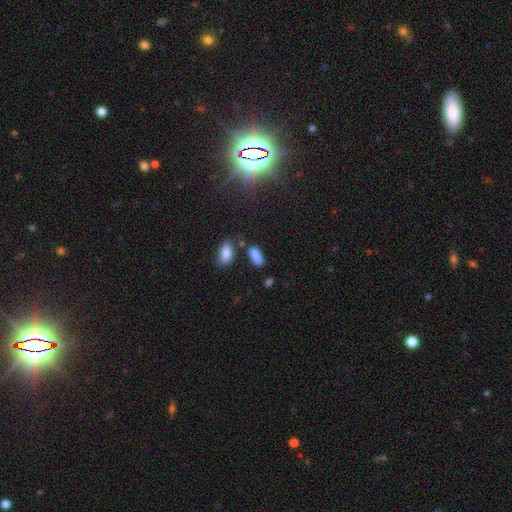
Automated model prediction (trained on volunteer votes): smooth-or-featured: smooth: 85% | star or artifact: 9% | featured or disk: 6%
  how-rounded: in between: 77% | cigar-shaped: 19% | round: 3%
  merging: none: 71% | minor disturbance: 15% | merger: 10% | major disturbance: 4%